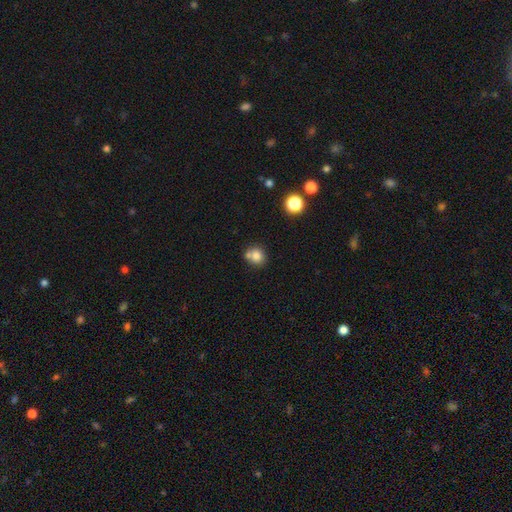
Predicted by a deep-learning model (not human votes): Q: Smooth or featured?
A: smooth (79%); runner-up: star or artifact (12%)
Q: How rounded?
A: round (83%); runner-up: in between (16%)
Q: Merging?
A: none (56%); runner-up: merger (28%)